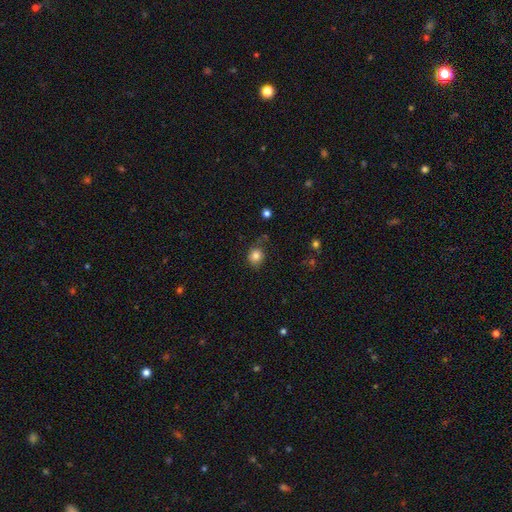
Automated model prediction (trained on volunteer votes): Morphology: type=smooth (83%); roundness=round (76%); merging=none (70%).